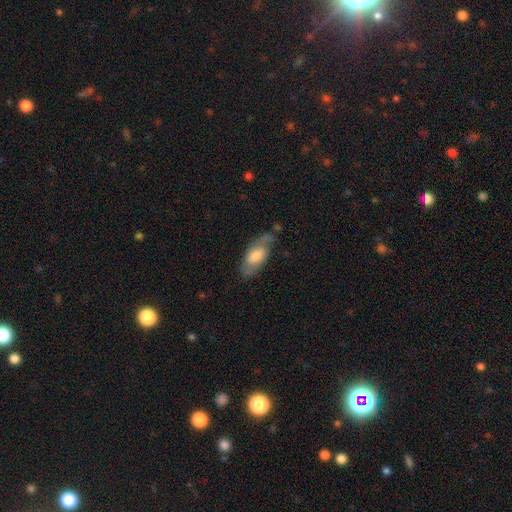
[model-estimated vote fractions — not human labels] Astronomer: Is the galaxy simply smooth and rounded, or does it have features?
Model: featured or disk — 49% (runner-up: smooth, 44%).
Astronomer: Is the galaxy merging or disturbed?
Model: none — 63%.